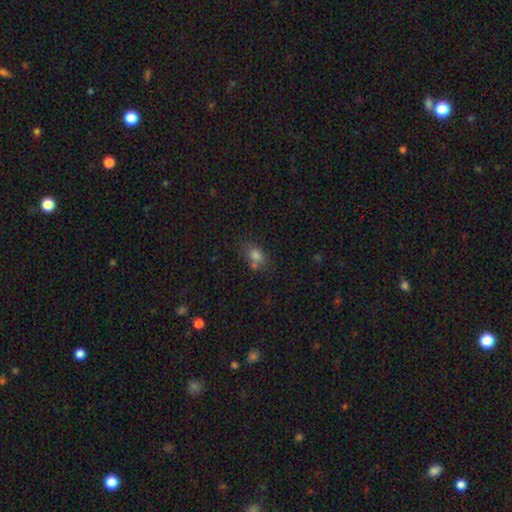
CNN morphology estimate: Q: Smooth or featured?
A: smooth (74%); runner-up: star or artifact (16%)
Q: How rounded?
A: in between (68%); runner-up: round (28%)
Q: Merging?
A: none (59%); runner-up: merger (18%)